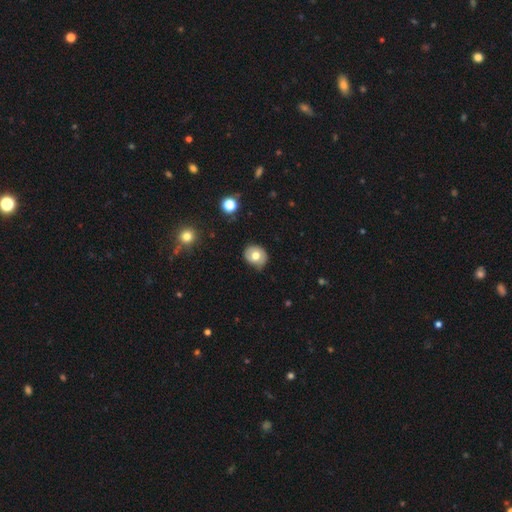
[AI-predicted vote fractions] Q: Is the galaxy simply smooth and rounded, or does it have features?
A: smooth — 71%.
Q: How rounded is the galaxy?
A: round — 71%.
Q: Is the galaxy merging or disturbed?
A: none — 73%.